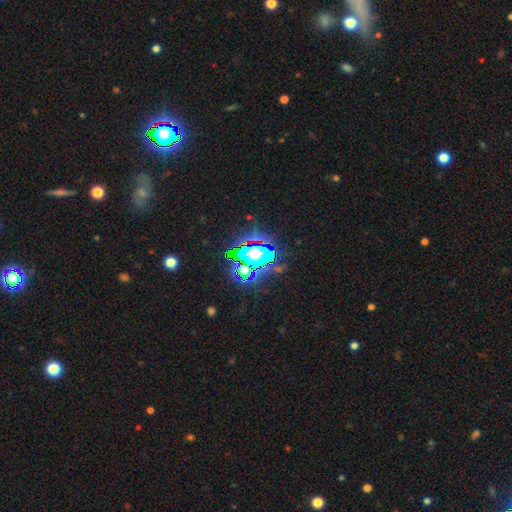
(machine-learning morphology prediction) Smooth or featured? Predicted: star or artifact (p=0.59).